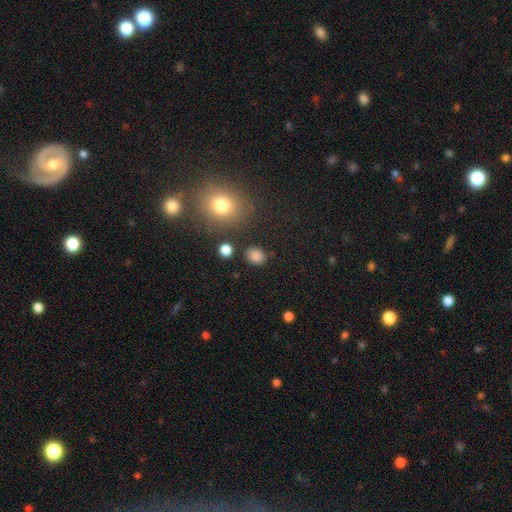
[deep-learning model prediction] This appears to be a smooth galaxy with no disk features (84%) that is in between round and cigar-shaped (51%). Merging: none (85%).